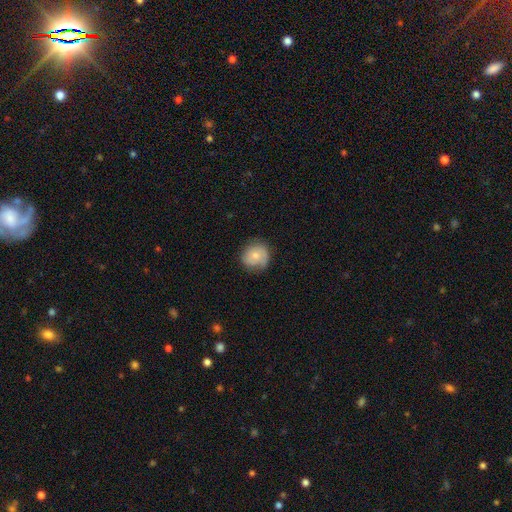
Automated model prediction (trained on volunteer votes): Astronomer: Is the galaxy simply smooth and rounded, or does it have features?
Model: smooth — 63%.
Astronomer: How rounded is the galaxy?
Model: round — 83%.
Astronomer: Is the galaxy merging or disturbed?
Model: none — 71%.